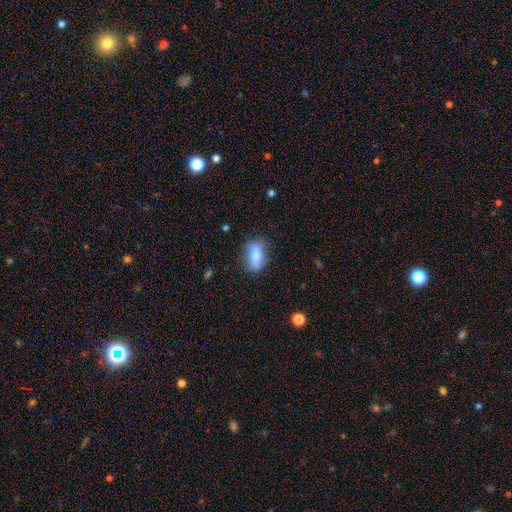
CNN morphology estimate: Q: Smooth or featured?
A: smooth (74%); runner-up: featured or disk (19%)
Q: How rounded?
A: in between (79%); runner-up: cigar-shaped (13%)
Q: Merging?
A: none (76%); runner-up: minor disturbance (17%)